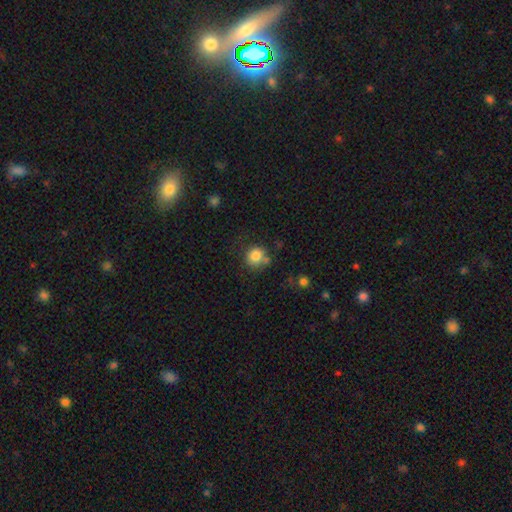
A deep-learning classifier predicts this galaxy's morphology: A smooth galaxy with no disk features (82%) that is round (82%).

Vote fractions:
- Smooth or featured? smooth: 82% / star or artifact: 10% / featured or disk: 8%
- How rounded? round: 82% / in between: 17% / cigar-shaped: 1%
- Merging? none: 61% / minor disturbance: 20% / merger: 13% / major disturbance: 7%